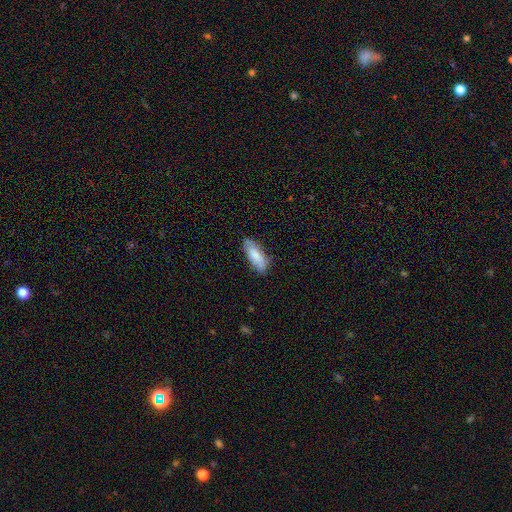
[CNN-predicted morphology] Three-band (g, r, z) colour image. It shows a smooth galaxy with no disk features (80%) that is in between round and cigar-shaped (68%). Merging: none (77%).